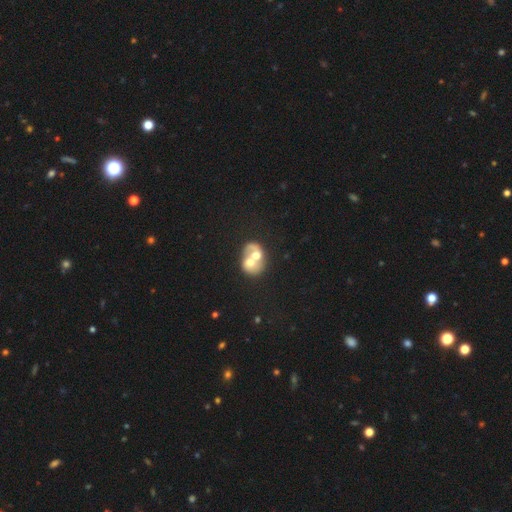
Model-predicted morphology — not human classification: featured or disk 50%, smooth 43%, star or artifact 8%. Down the decision tree: merging — merger (78%).